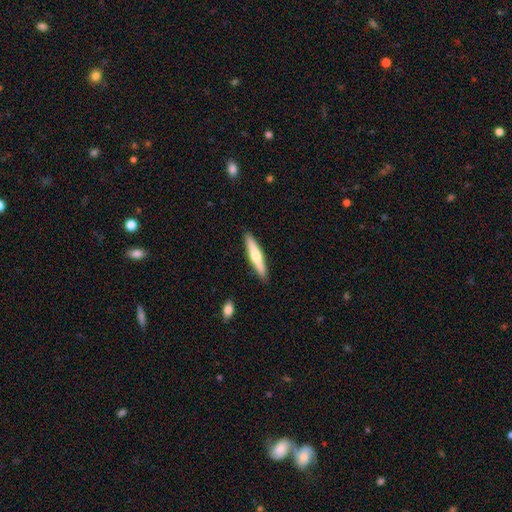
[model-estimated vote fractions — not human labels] Smooth or featured? Predicted: smooth (p=0.51). How rounded? Predicted: cigar-shaped (p=0.87). Merging? Predicted: none (p=0.90).